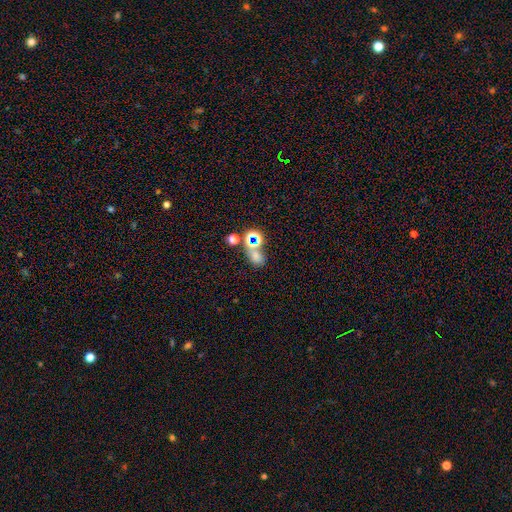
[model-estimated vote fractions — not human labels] Q: Smooth or featured?
A: smooth (54%); runner-up: star or artifact (33%)
Q: How rounded?
A: in between (56%); runner-up: round (41%)
Q: Merging?
A: none (40%); tied with: merger (40%)